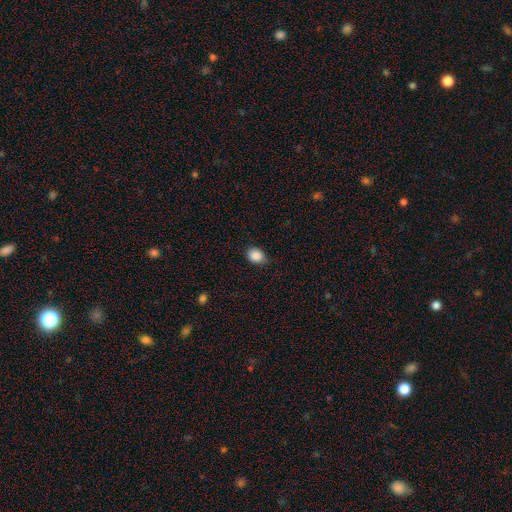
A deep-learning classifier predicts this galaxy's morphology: Smooth or featured? Predicted: smooth (p=0.87). How rounded? Predicted: round (p=0.56). Merging? Predicted: none (p=0.69).